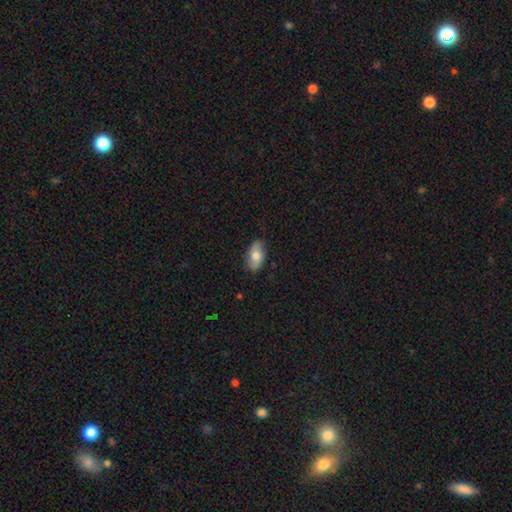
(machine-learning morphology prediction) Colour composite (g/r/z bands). It shows a smooth galaxy with no disk features (68%) that is in between round and cigar-shaped (92%). Merging: none (82%).